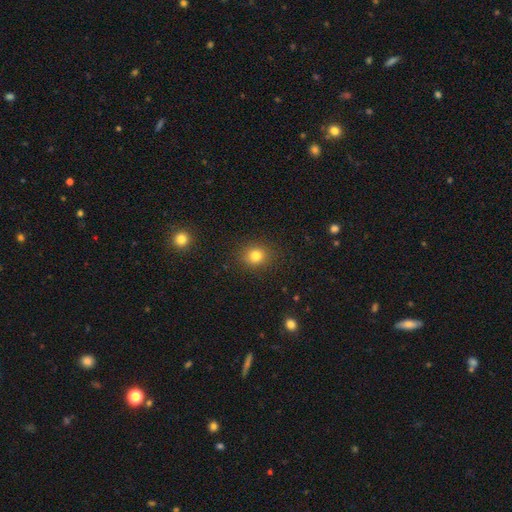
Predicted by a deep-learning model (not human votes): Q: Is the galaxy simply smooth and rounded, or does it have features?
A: smooth — 80%.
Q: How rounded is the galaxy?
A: round — 75%.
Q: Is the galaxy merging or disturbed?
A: none — 88%.